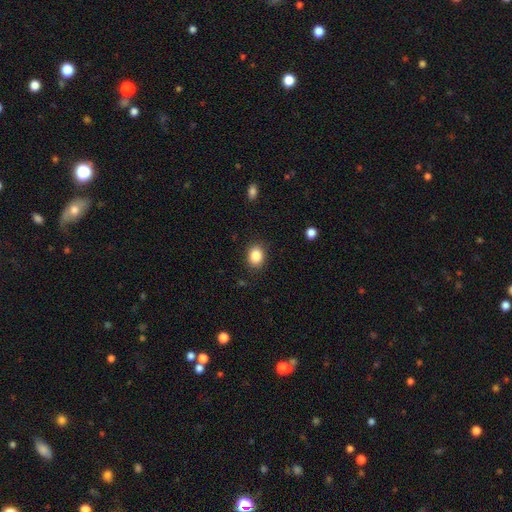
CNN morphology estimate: This appears to be a smooth galaxy with no disk features (87%) that is in between round and cigar-shaped (54%). Merging: none (86%).